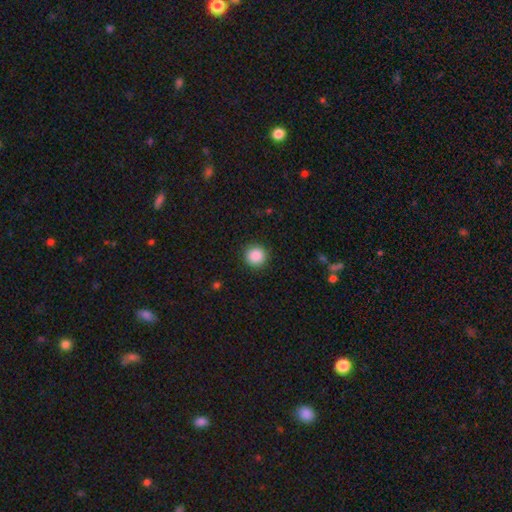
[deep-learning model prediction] Morphology: type=smooth (88%); roundness=round (95%); merging=none (92%).